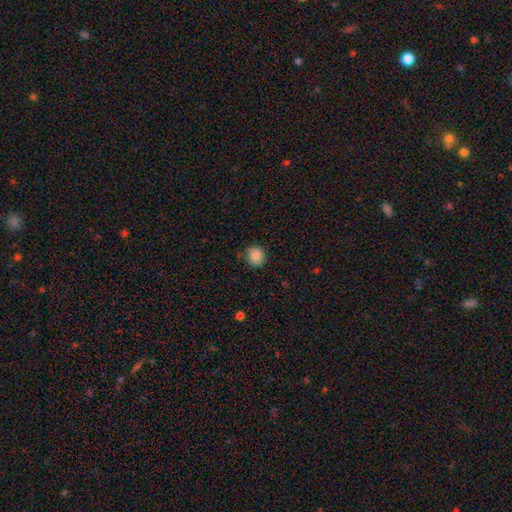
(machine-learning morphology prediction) A smooth galaxy with no disk features (87%) that is round (86%). Merging: none (80%).